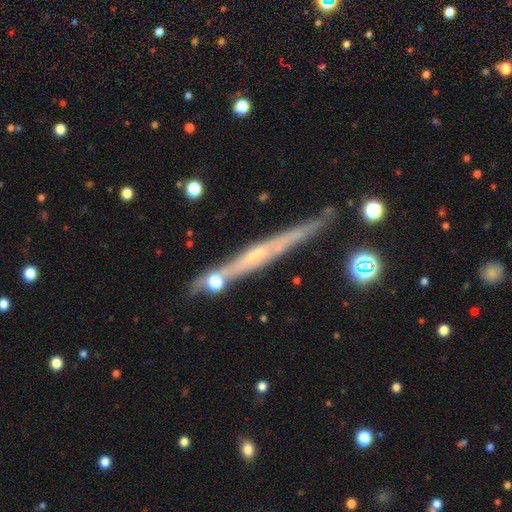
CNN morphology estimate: This is likely a featured or disk galaxy (71%). It is clearly viewed edge-on (96%). Edge-on bulge: likely none (60%). Merging: likely none (79%).